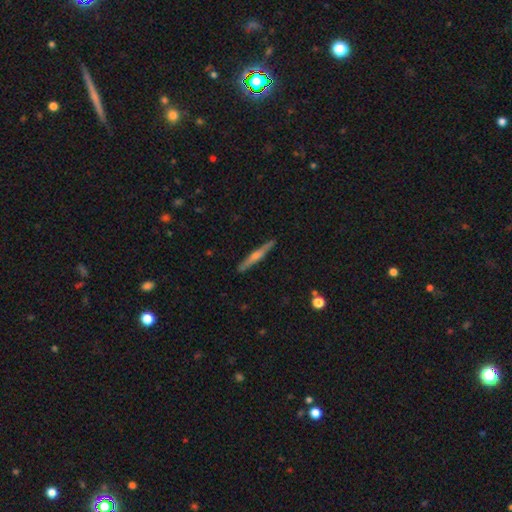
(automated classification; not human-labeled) Smooth or featured? Predicted: featured or disk (p=0.65). Edge-on disk? Predicted: yes (p=0.97). Edge-on bulge? Predicted: rounded (p=0.75). Merging? Predicted: none (p=0.91).